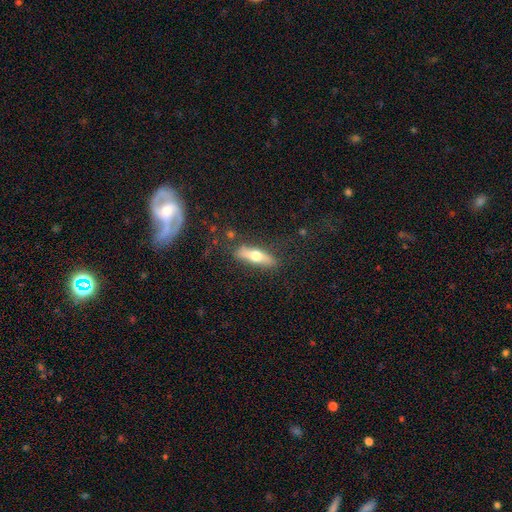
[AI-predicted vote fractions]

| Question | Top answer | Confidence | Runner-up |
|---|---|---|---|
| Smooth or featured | smooth | 52% | featured or disk (41%) |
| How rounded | cigar-shaped | 62% | in between (34%) |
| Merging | none | 80% | minor disturbance (14%) |